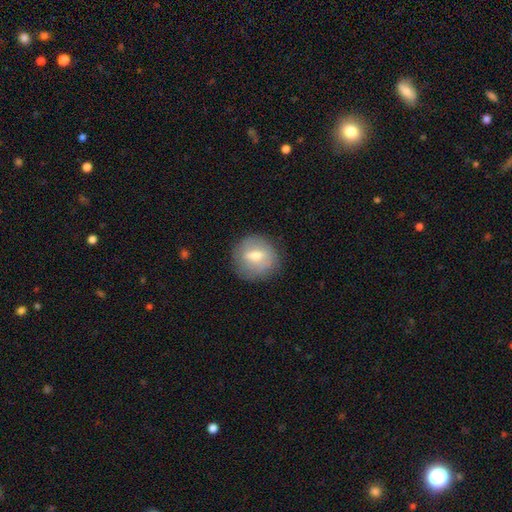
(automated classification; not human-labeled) Smooth or featured? smooth (61%)
How rounded? round (84%)
Merging? none (81%)